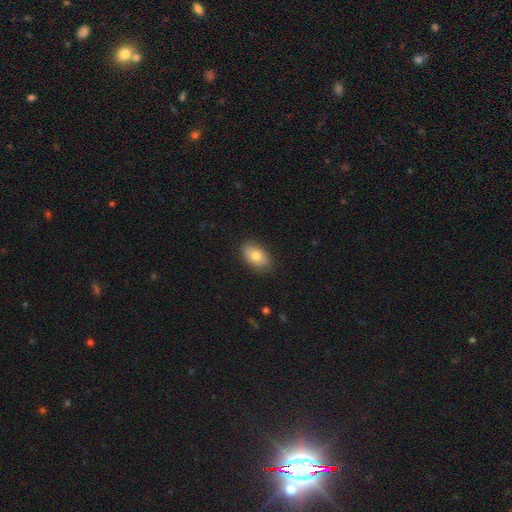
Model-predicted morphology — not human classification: A smooth galaxy with no disk features (80%) that is in between round and cigar-shaped (91%). Merging: none (85%).